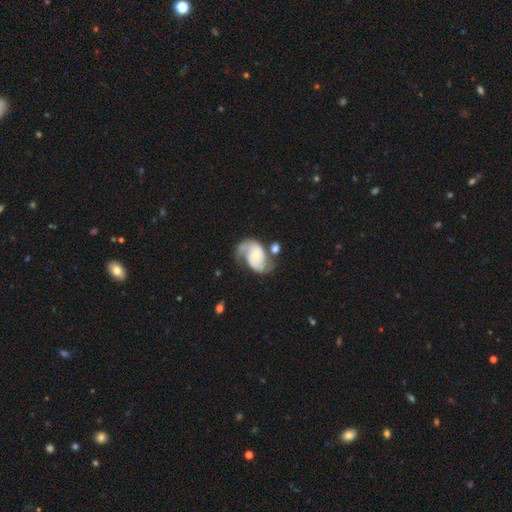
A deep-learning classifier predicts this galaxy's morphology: smooth_or_featured: featured or disk (p=0.81) [alt: smooth p=0.14]
disk_edge_on: no (p=0.97) [alt: yes p=0.03]
bar: no (p=0.67) [alt: weak p=0.26]
has_spiral_arms: yes (p=0.94) [alt: no p=0.06]
spiral_winding: medium (p=0.44) [alt: tight p=0.32]
spiral_arm_count: 2 (p=0.75) [alt: 1 p=0.15]
bulge_size: small (p=0.54) [alt: moderate p=0.38]
merging: none (p=0.48) [alt: minor disturbance p=0.22]